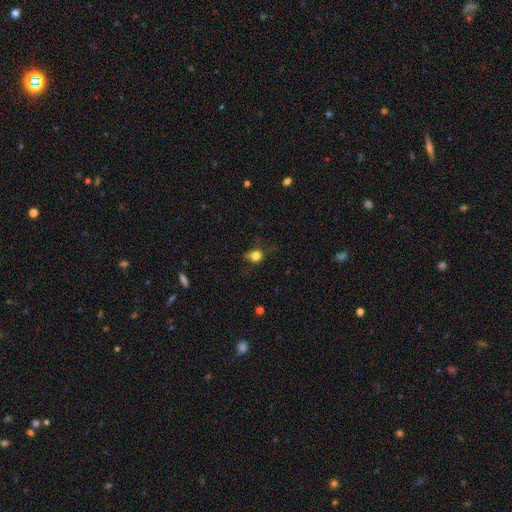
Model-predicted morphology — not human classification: A smooth galaxy with no disk features (77%) that is round (71%).

Vote fractions:
- Smooth or featured? smooth: 77% / star or artifact: 13% / featured or disk: 9%
- How rounded? round: 71% / in between: 27% / cigar-shaped: 2%
- Merging? none: 57% / minor disturbance: 27% / major disturbance: 14% / merger: 2%